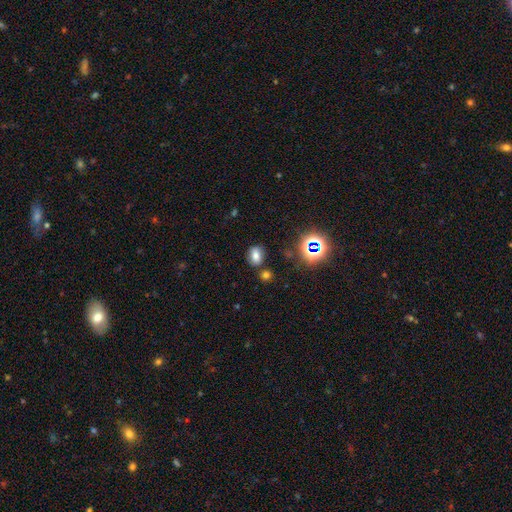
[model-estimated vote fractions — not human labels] A smooth galaxy with no disk features (65%) that is in between round and cigar-shaped (68%). Merging: none (77%).